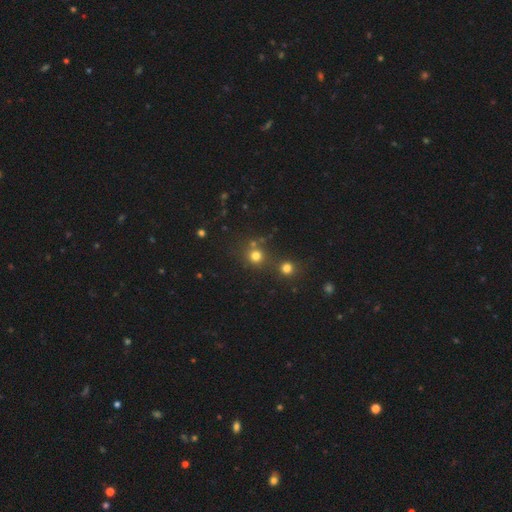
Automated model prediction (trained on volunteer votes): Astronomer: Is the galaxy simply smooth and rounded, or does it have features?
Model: smooth — 73%.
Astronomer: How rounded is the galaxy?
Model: round — 89%.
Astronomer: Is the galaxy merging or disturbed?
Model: none — 66%.